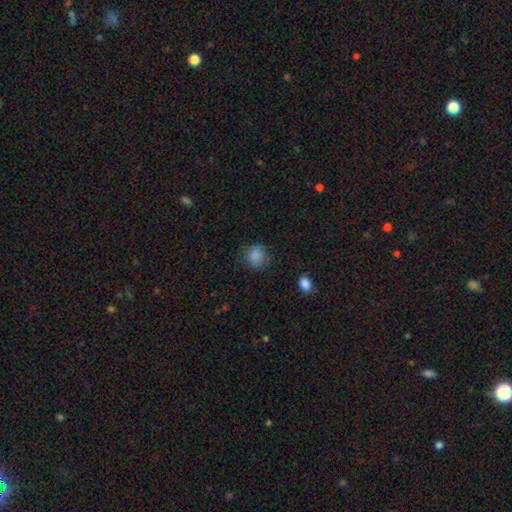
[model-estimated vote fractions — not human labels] smooth 86%, star or artifact 10%, featured or disk 4%. Down the decision tree: how rounded — round (79%); merging — none (82%).